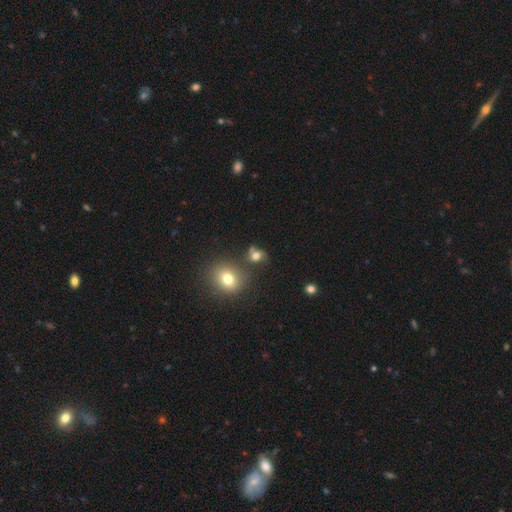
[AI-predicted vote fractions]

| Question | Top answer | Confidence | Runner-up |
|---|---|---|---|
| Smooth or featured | smooth | 66% | star or artifact (17%) |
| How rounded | round | 58% | in between (40%) |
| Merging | none | 53% | merger (20%) |